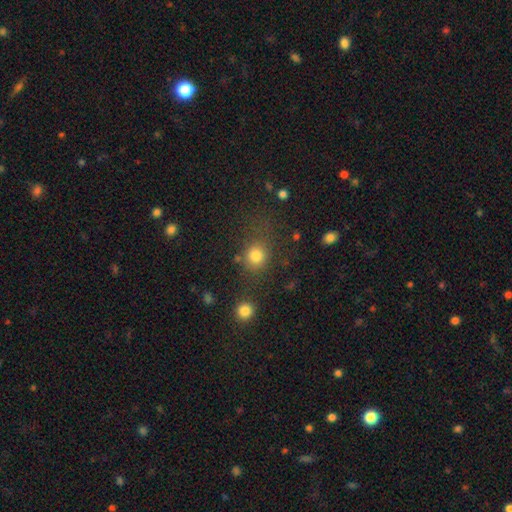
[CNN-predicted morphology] Smooth or featured? Predicted: smooth (p=0.80). How rounded? Predicted: round (p=0.75). Merging? Predicted: none (p=0.67).